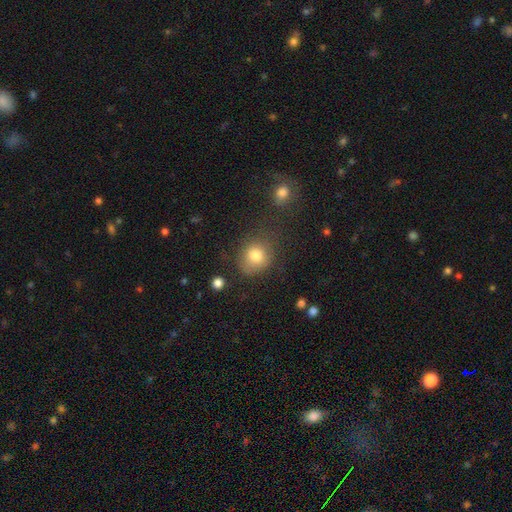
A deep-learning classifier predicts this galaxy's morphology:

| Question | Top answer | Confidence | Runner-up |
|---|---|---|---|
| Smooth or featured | smooth | 80% | star or artifact (11%) |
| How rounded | round | 73% | in between (26%) |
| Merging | none | 64% | minor disturbance (20%) |